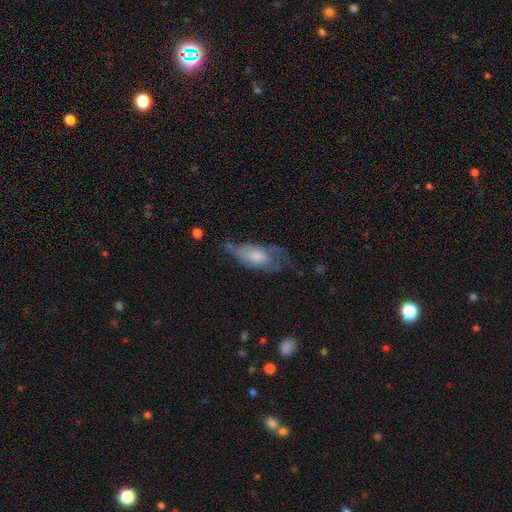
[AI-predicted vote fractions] A smooth galaxy with no disk features (52%) that is in between round and cigar-shaped (82%).

Vote fractions:
- Smooth or featured? smooth: 52% / featured or disk: 41% / star or artifact: 7%
- How rounded? in between: 82% / cigar-shaped: 14% / round: 3%
- Merging? none: 35% / minor disturbance: 32% / major disturbance: 29% / merger: 3%